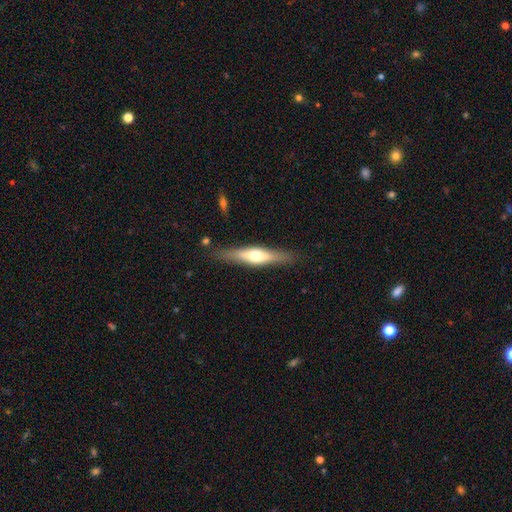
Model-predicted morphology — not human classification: The model was most divided on "smooth or featured": featured or disk: 54%, smooth: 40%, star or artifact: 5%. More confident: edge-on disk — yes (91%); merging — none (85%).